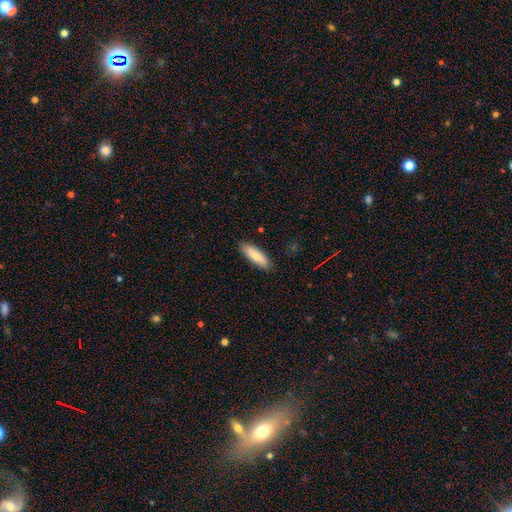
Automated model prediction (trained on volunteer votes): The model was most divided on "how rounded": cigar-shaped: 54%, in between: 44%, round: 2%. More confident: merging — none (88%); smooth or featured — smooth (82%).